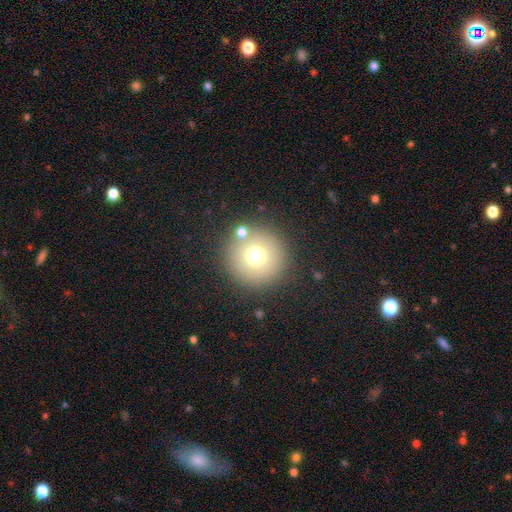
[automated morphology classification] Smooth or featured? smooth (69%)
How rounded? round (96%)
Merging? none (83%)